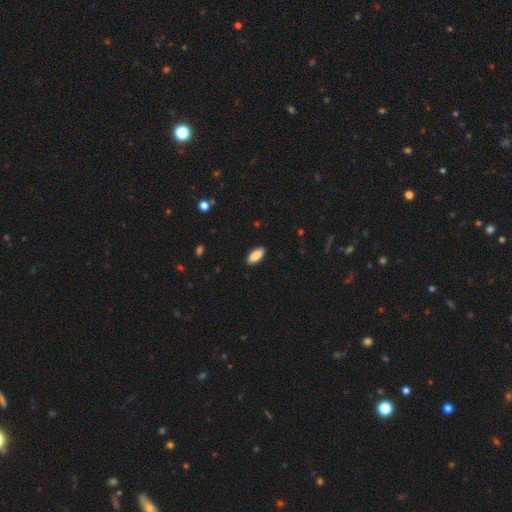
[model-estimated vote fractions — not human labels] This appears to be a smooth galaxy with no disk features (89%) that is in between round and cigar-shaped (84%). Merging: none (90%).